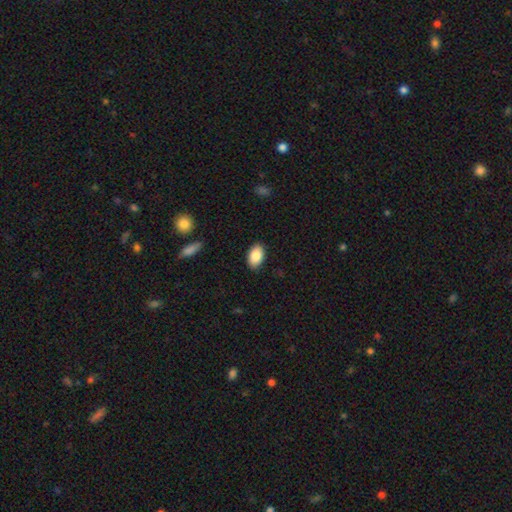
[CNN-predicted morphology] This appears to be a smooth galaxy with no disk features (88%) that is in between round and cigar-shaped (92%). Merging: none (88%).